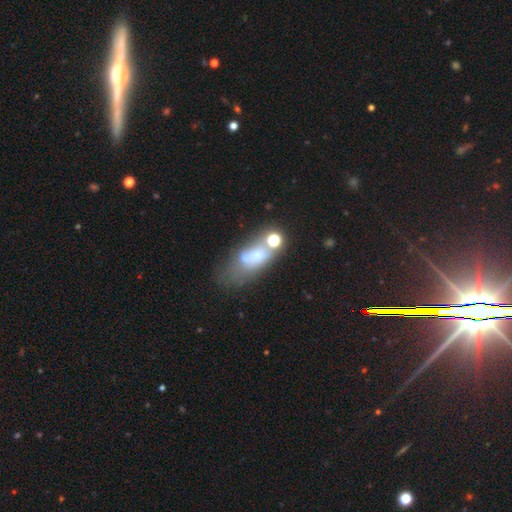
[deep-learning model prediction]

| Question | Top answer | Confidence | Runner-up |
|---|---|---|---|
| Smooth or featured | smooth | 49% | featured or disk (35%) |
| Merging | merger | 27% | tied: none (27%) |